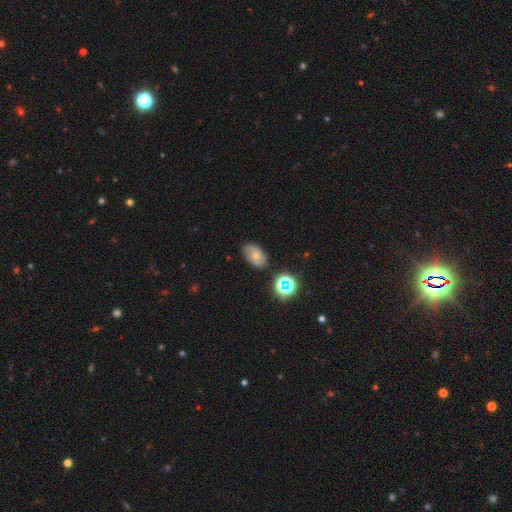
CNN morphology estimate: Smooth or featured? Predicted: smooth (p=0.55). How rounded? Predicted: in between (p=0.86). Merging? Predicted: none (p=0.75).